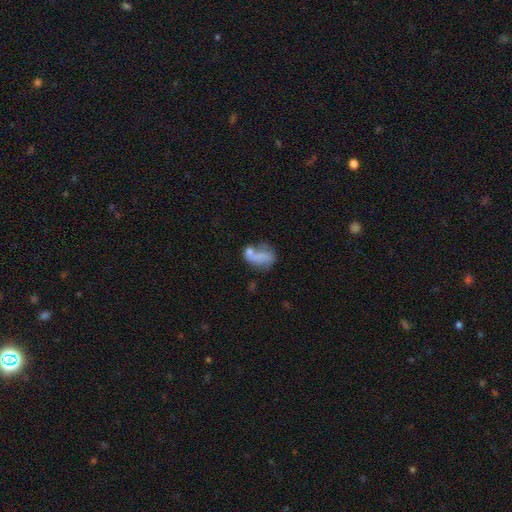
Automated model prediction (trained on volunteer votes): smooth_or_featured: smooth (p=0.60) [alt: featured or disk p=0.29]
how_rounded: in between (p=0.81) [alt: round p=0.16]
merging: merger (p=0.34) [alt: none p=0.27]